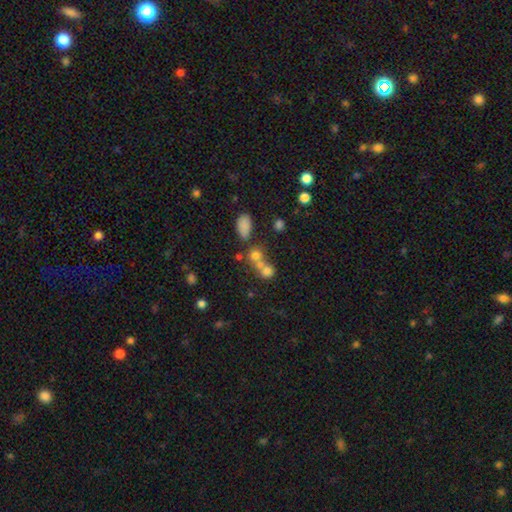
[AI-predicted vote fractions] Smooth or featured?
  - smooth: 66% *
  - star or artifact: 18%
  - featured or disk: 16%
How rounded?
  - round: 68% *
  - in between: 30%
  - cigar-shaped: 2%
Merging?
  - merger: 53% *
  - none: 35%
  - minor disturbance: 7%
  - major disturbance: 5%